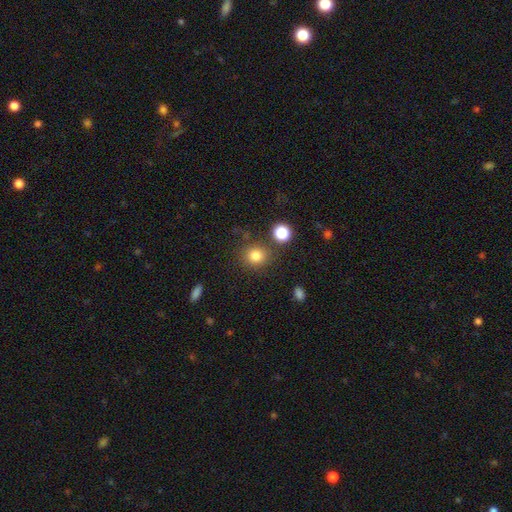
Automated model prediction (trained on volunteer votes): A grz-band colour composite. It shows a smooth galaxy with no disk features (81%) that is round (84%). Merging: none (79%).